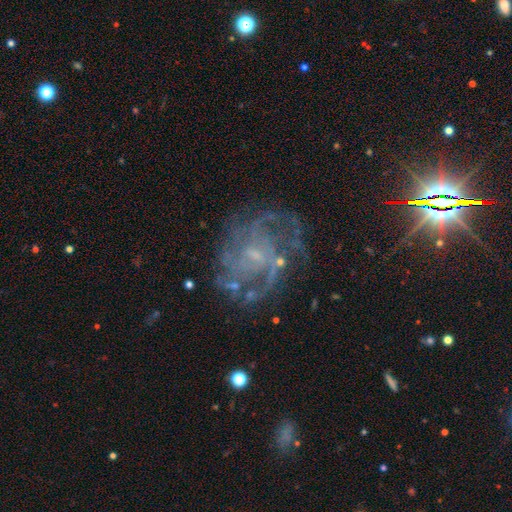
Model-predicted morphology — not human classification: smooth-or-featured: featured or disk: 80% | star or artifact: 12% | smooth: 8%
  disk-edge-on: no: 98% | yes: 2%
    bar: no: 57% | weak: 36% | strong: 7%
    has-spiral-arms: yes: 89% | no: 11%
      spiral-winding: tight: 44% | medium: 42% | loose: 14%
      spiral-arm-count: can't tell: 35% | 3: 19% | 4: 18% | 2: 13% | more than 4: 8% | 1: 7%
    bulge-size: small: 62% | none: 20% | moderate: 15% | large: 1% | dominant: 1%
  merging: none: 67% | minor disturbance: 17% | major disturbance: 14% | merger: 3%